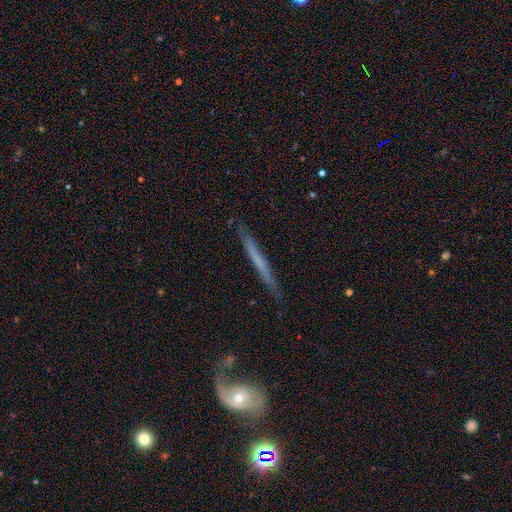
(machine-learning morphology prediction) smooth_or_featured: featured or disk (p=0.51) [alt: smooth p=0.42]
disk_edge_on: yes (p=0.93) [alt: no p=0.07]
merging: none (p=0.85) [alt: minor disturbance p=0.10]